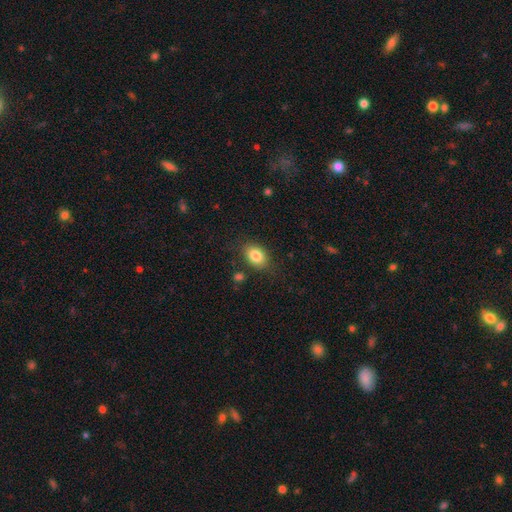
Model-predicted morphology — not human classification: type=smooth (83%); roundness=in between (78%); merging=none (81%).